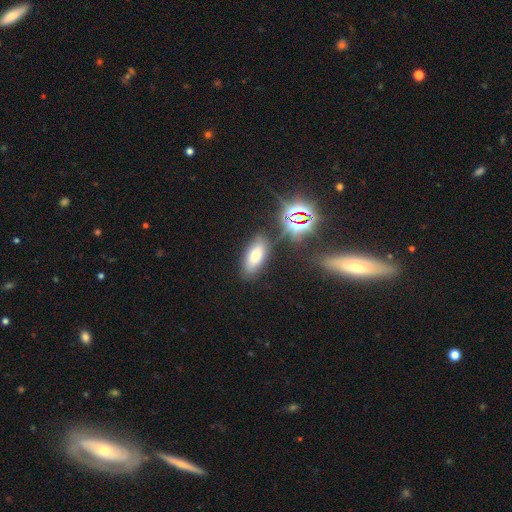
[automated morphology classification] Smooth or featured? smooth (63%)
How rounded? in between (84%)
Merging? none (79%)